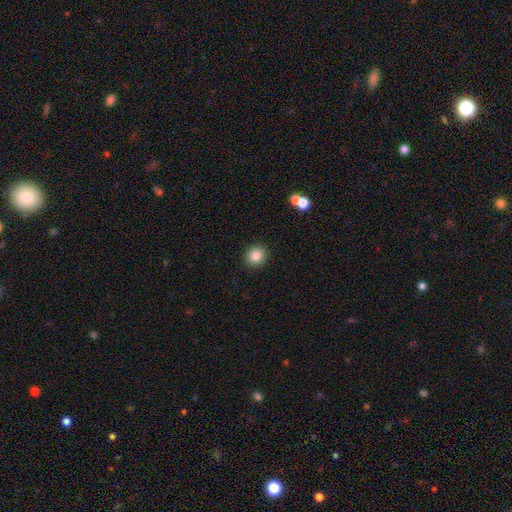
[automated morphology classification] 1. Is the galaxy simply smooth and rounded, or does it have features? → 85% smooth, 10% star or artifact, 5% featured or disk.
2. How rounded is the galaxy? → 82% round, 17% in between, 1% cigar-shaped.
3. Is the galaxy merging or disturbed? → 90% none, 6% minor disturbance, 2% major disturbance, 2% merger.